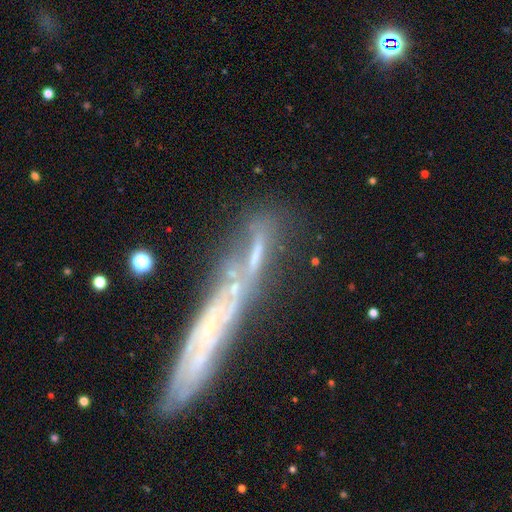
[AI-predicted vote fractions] Smooth or featured? Predicted: featured or disk (p=0.54). Edge-on disk? Predicted: yes (p=0.54). Merging? Predicted: none (p=0.45).